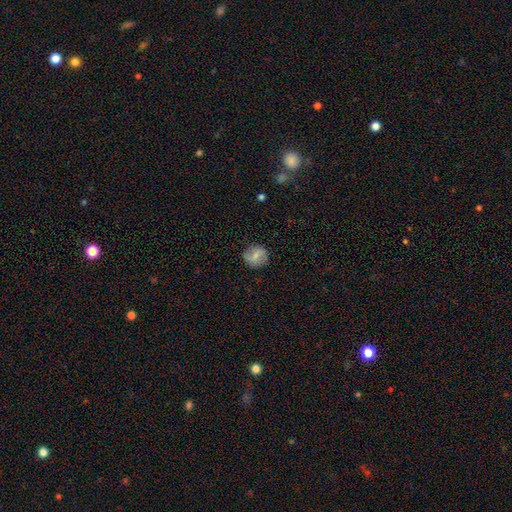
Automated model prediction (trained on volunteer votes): Q: Smooth or featured?
A: smooth (67%); runner-up: featured or disk (24%)
Q: How rounded?
A: round (86%); runner-up: in between (12%)
Q: Merging?
A: none (83%); runner-up: minor disturbance (12%)